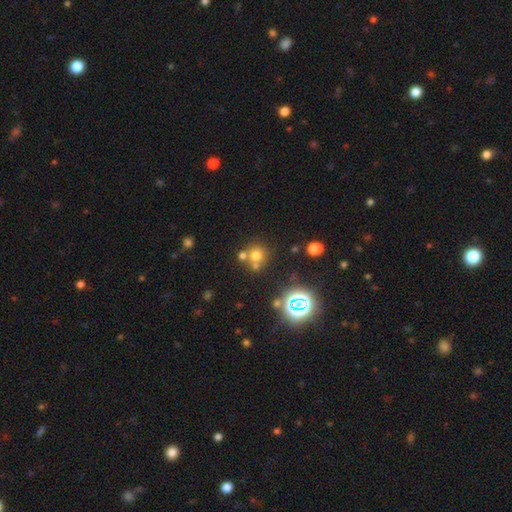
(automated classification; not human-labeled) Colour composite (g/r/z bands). It shows a smooth galaxy with no disk features (64%) that is round (90%). Merging: none (59%).